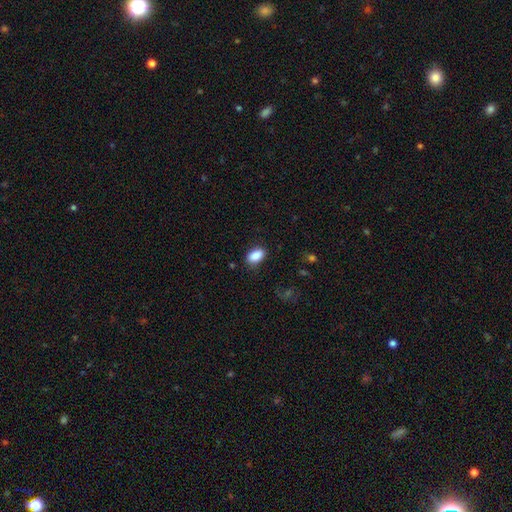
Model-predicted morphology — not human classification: A smooth galaxy with no disk features (89%) that is in between round and cigar-shaped (92%). Merging: none (83%).